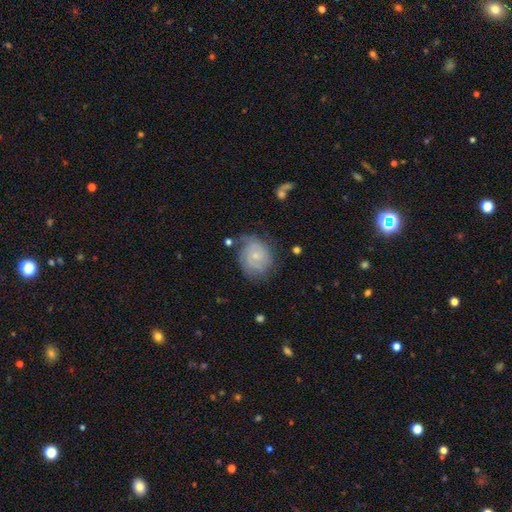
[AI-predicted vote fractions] This appears to be a featured or disk galaxy (63%) with no bar (78%), tight (64%) spiral arms (87%) and a small central bulge (77%). Merging: none (61%).